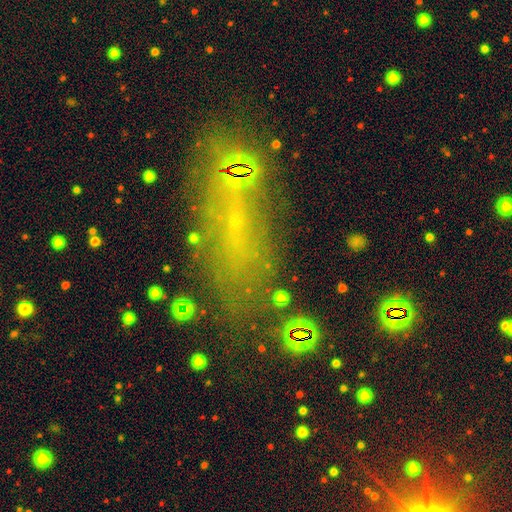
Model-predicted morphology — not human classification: Overall: smooth (39%; star or artifact 33%). Merging: none (62%).